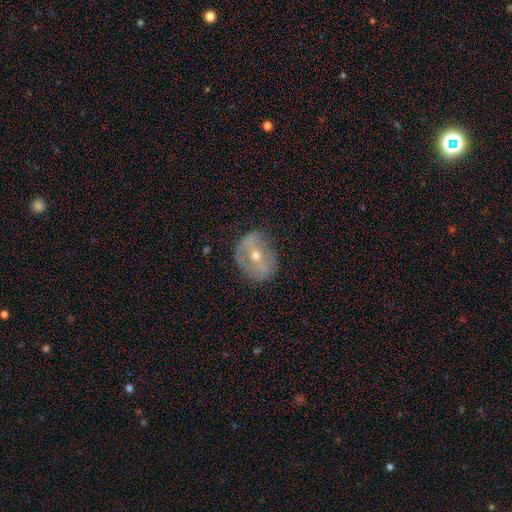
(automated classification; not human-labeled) A featured or disk galaxy (59%) with no bar (39%), no spiral arms (61%) and a moderate central bulge (55%). Merging: none (72%).